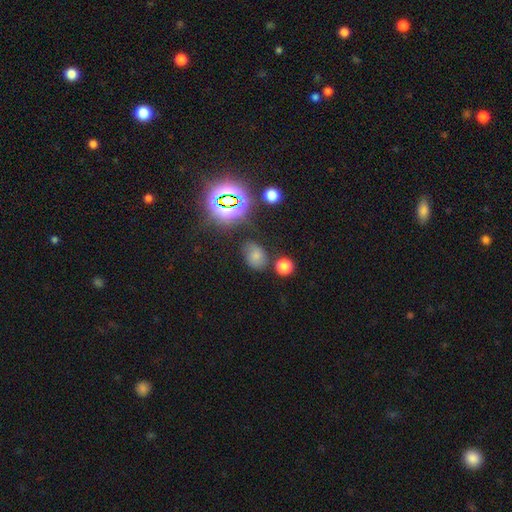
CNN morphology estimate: smooth_or_featured: smooth (p=0.63) [alt: star or artifact p=0.24]
how_rounded: in between (p=0.69) [alt: round p=0.30]
merging: none (p=0.70) [alt: minor disturbance p=0.18]